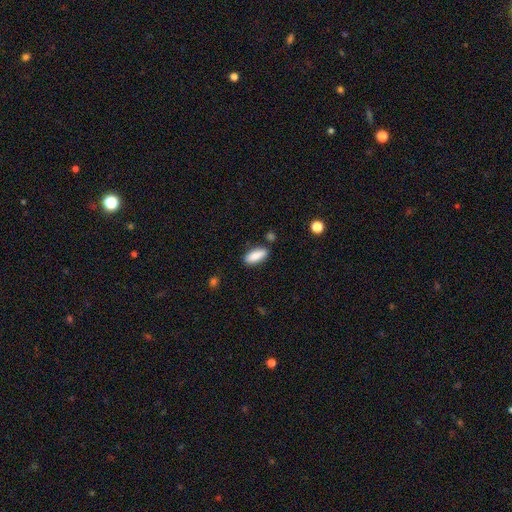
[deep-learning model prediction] Smooth or featured: smooth — 86% (featured or disk — 8%)
How rounded: in between — 73% (cigar-shaped — 25%)
Merging: none — 82% (minor disturbance — 11%)